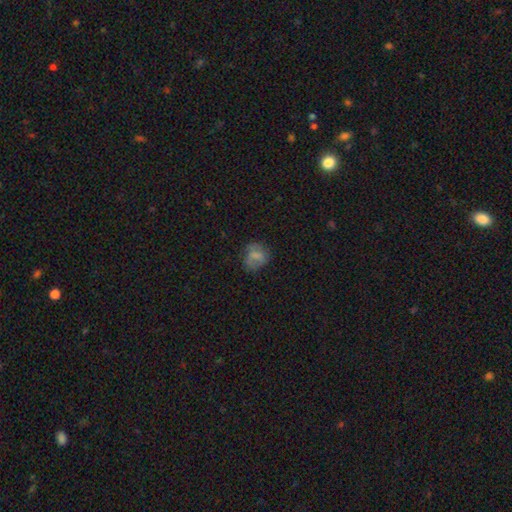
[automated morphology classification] A smooth galaxy with no disk features (66%) that is round (66%). Merging: none (59%).